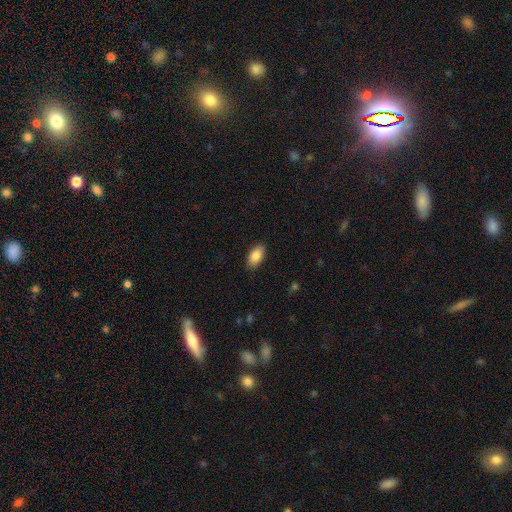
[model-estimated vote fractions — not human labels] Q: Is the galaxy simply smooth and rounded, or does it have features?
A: smooth — 87%.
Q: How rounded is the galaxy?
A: in between — 94%.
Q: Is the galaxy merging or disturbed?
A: none — 87%.